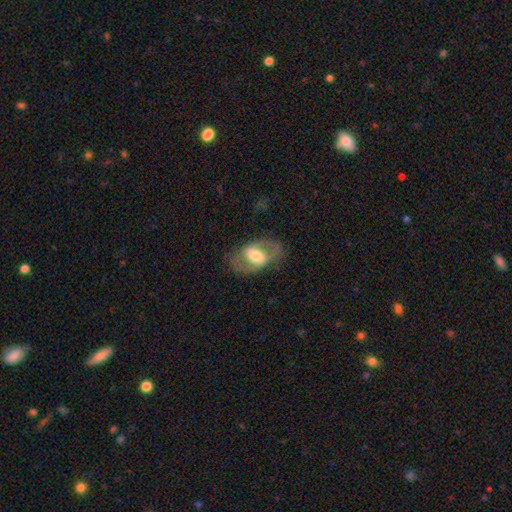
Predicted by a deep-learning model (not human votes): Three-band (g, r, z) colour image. It shows a featured or disk galaxy (69%) with a weak bar (40%), spiral arms (69%) and a moderate central bulge (60%). Merging: none (74%).